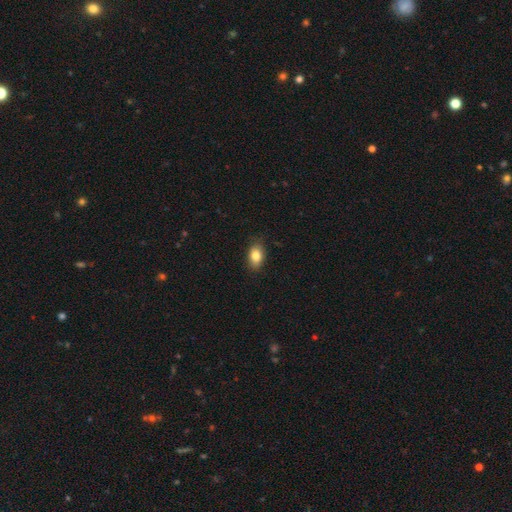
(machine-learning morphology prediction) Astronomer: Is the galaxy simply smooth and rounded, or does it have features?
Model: smooth — 84%.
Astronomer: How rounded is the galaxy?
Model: in between — 86%.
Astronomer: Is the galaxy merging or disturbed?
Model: none — 84%.